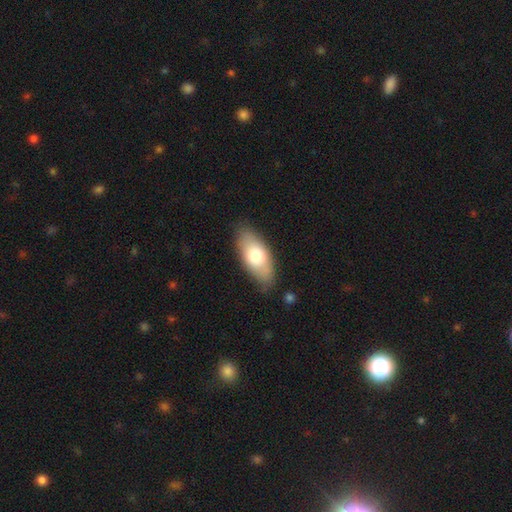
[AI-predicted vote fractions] Smooth or featured?
  - smooth: 74% *
  - featured or disk: 20%
  - star or artifact: 6%
How rounded?
  - in between: 87% *
  - cigar-shaped: 10%
  - round: 3%
Merging?
  - none: 79% *
  - minor disturbance: 16%
  - major disturbance: 4%
  - merger: 2%